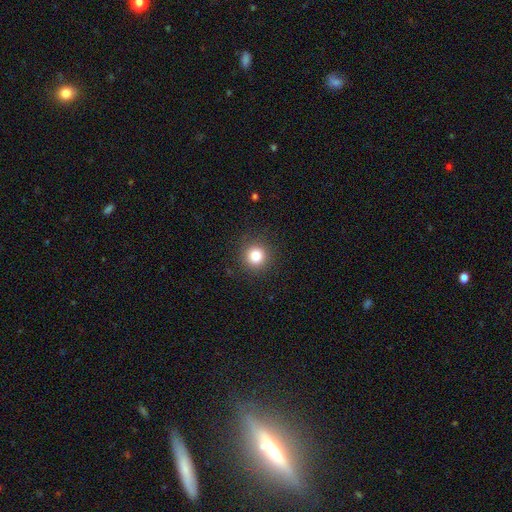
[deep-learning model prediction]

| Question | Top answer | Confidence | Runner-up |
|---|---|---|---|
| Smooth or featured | smooth | 82% | star or artifact (12%) |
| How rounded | round | 95% | in between (4%) |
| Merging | none | 90% | minor disturbance (6%) |